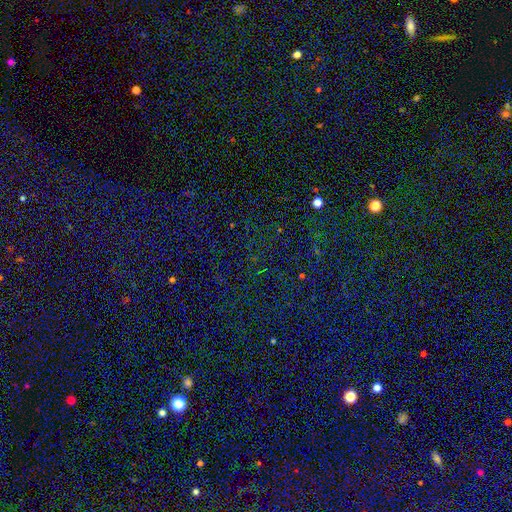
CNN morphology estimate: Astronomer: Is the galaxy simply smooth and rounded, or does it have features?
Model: star or artifact — 82%.